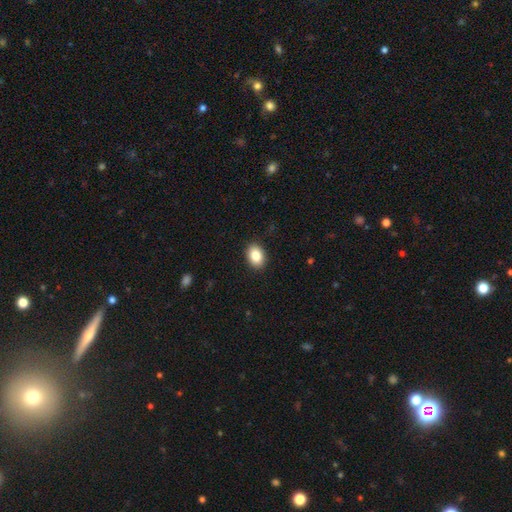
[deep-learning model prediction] Q: Smooth or featured?
A: smooth (86%); runner-up: star or artifact (8%)
Q: How rounded?
A: in between (78%); runner-up: round (21%)
Q: Merging?
A: none (90%); runner-up: minor disturbance (7%)